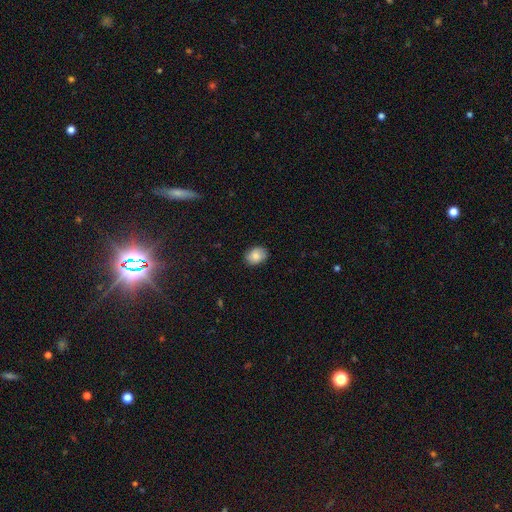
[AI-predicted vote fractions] This appears to be a smooth galaxy with no disk features (82%) that is in between round and cigar-shaped (70%). Merging: none (85%).